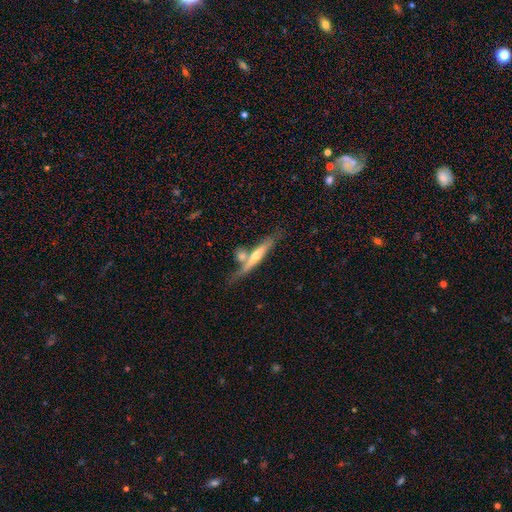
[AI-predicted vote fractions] smooth-or-featured: featured or disk: 63% | smooth: 31% | star or artifact: 6%
  disk-edge-on: yes: 91% | no: 9%
    edge-on-bulge: rounded: 78% | none: 16% | boxy: 6%
  merging: none: 57% | merger: 23% | minor disturbance: 15% | major disturbance: 5%